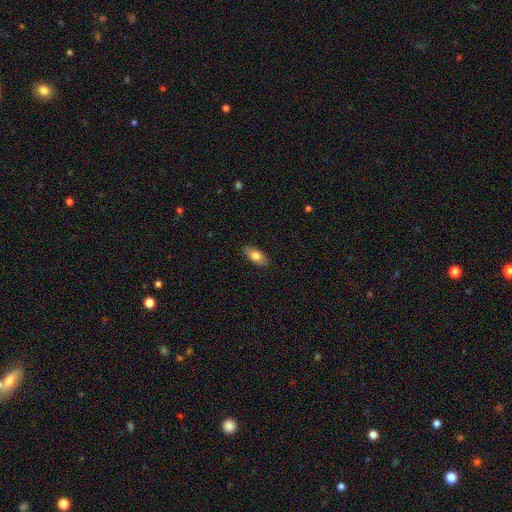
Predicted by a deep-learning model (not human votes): Smooth or featured: smooth — 78% (featured or disk — 16%)
How rounded: in between — 88% (cigar-shaped — 8%)
Merging: none — 87% (minor disturbance — 10%)